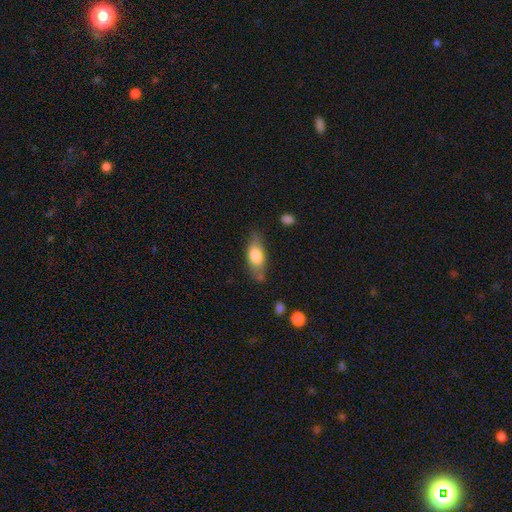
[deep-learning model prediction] Smooth or featured? smooth (73%)
How rounded? in between (79%)
Merging? none (66%)